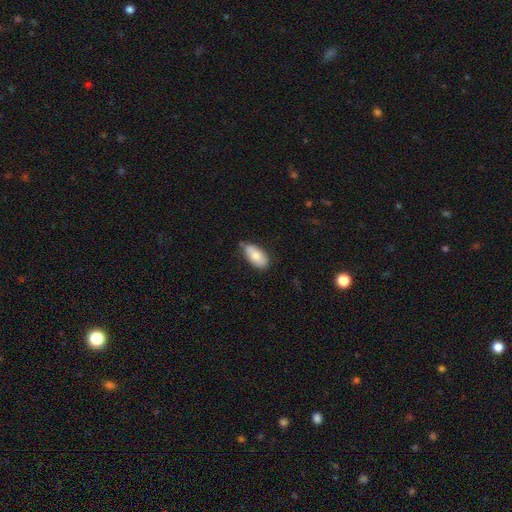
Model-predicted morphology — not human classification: Smooth or featured?
  - smooth: 75% *
  - featured or disk: 19%
  - star or artifact: 6%
How rounded?
  - in between: 93% *
  - cigar-shaped: 4%
  - round: 3%
Merging?
  - none: 73% *
  - minor disturbance: 21%
  - major disturbance: 3%
  - merger: 3%